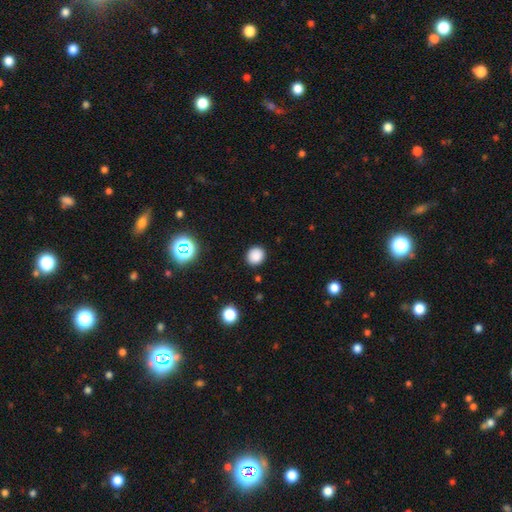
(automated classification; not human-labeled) The model was most divided on "how rounded": round: 84%, in between: 15%, cigar-shaped: 1%. More confident: merging — none (90%); smooth or featured — smooth (84%).